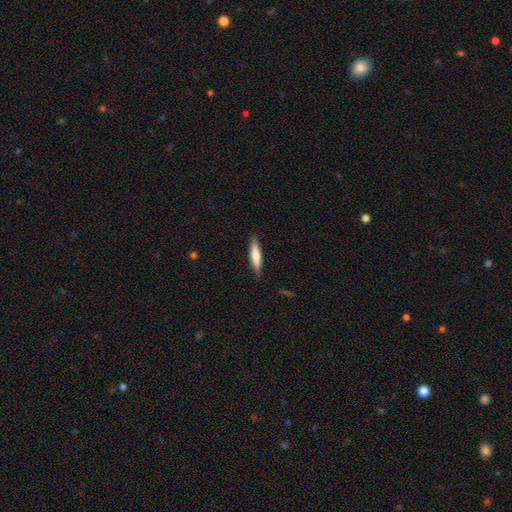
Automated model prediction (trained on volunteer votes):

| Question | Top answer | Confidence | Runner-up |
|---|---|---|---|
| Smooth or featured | smooth | 69% | featured or disk (25%) |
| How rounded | cigar-shaped | 82% | in between (16%) |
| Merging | none | 88% | minor disturbance (9%) |